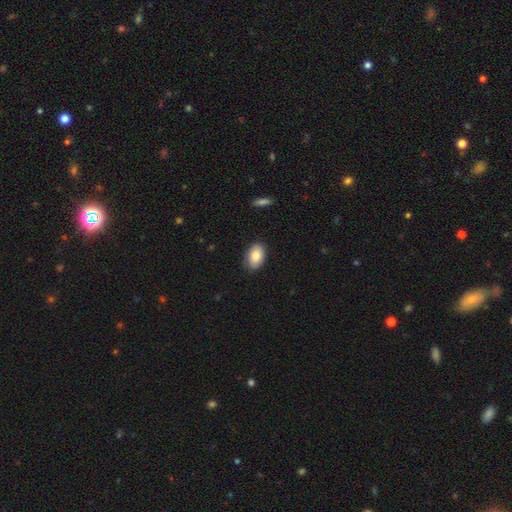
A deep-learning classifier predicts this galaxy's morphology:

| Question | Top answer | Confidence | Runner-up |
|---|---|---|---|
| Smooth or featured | smooth | 85% | featured or disk (8%) |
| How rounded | in between | 90% | round (9%) |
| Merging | none | 84% | minor disturbance (13%) |